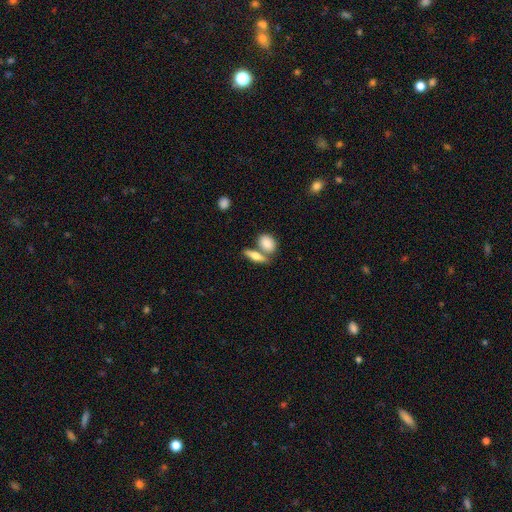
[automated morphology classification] smooth 64%, featured or disk 29%, star or artifact 7%. Down the decision tree: how rounded — in between (57%); merging — none (53%).